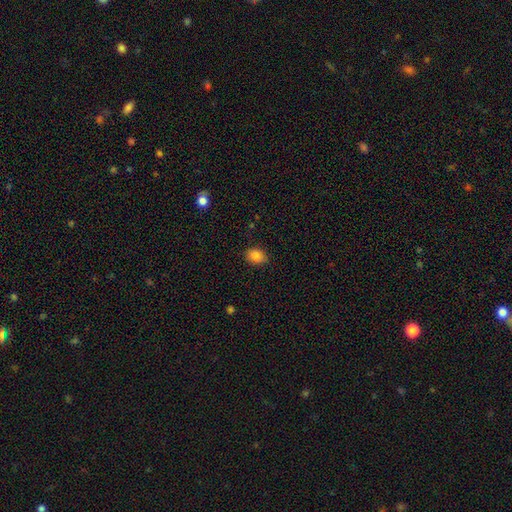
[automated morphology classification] Smooth or featured?
  - smooth: 86% *
  - star or artifact: 9%
  - featured or disk: 5%
How rounded?
  - in between: 65% *
  - round: 34%
  - cigar-shaped: 1%
Merging?
  - none: 85% *
  - minor disturbance: 12%
  - major disturbance: 2%
  - merger: 1%